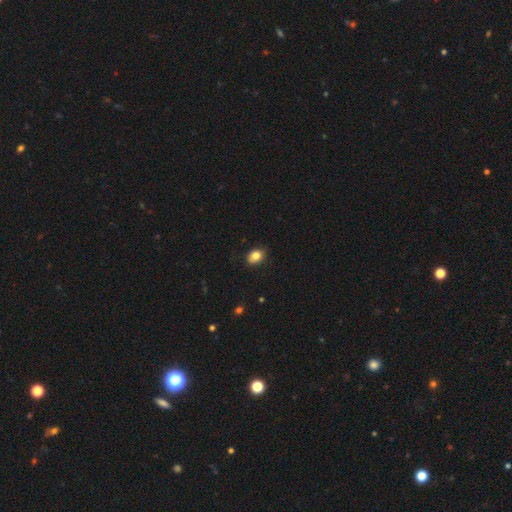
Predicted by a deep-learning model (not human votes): A smooth galaxy with no disk features (84%) that is in between round and cigar-shaped (66%). Merging: none (84%).